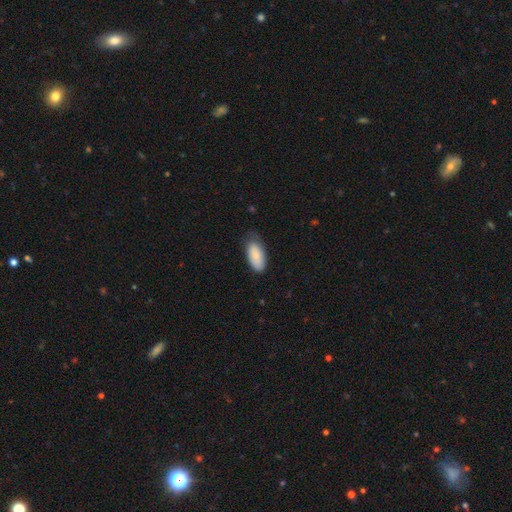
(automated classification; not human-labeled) Smooth or featured?
  - smooth: 79% *
  - featured or disk: 15%
  - star or artifact: 6%
How rounded?
  - in between: 93% *
  - cigar-shaped: 5%
  - round: 2%
Merging?
  - none: 57% *
  - minor disturbance: 33%
  - major disturbance: 9%
  - merger: 1%